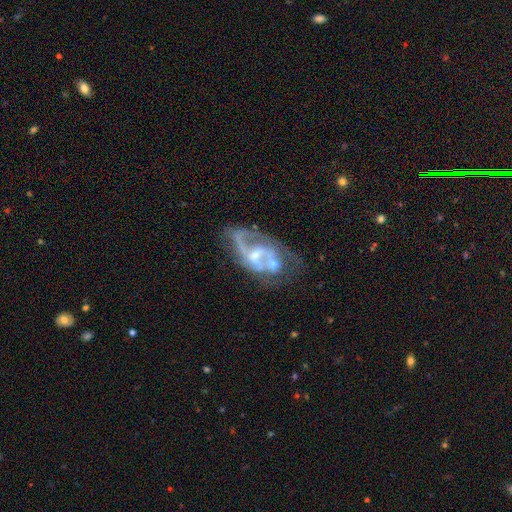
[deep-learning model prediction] featured or disk 80%, smooth 12%, star or artifact 8%. Down the decision tree: edge-on disk — no (96%); bar — no (55%); spiral arms — yes (77%); spiral arm count — 2 (55%); spiral winding — medium (41%, tied with loose); bulge size — small (55%); merging — merger (31%).